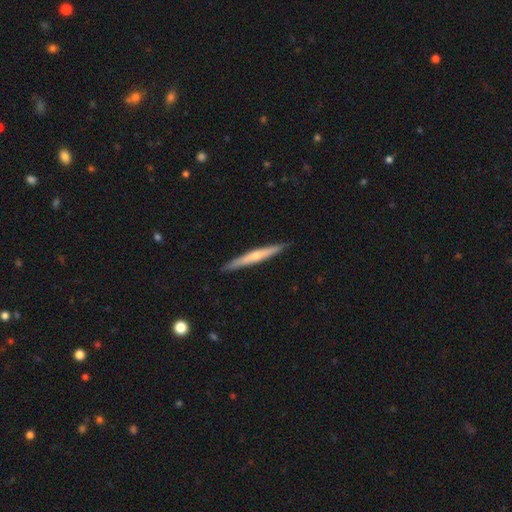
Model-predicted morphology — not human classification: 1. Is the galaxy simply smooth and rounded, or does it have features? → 54% featured or disk, 40% smooth, 5% star or artifact.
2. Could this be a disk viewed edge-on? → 96% yes, 4% no.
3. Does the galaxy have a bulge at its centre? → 64% rounded, 32% none, 4% boxy.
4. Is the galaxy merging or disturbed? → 90% none, 7% minor disturbance, 1% major disturbance, 1% merger.